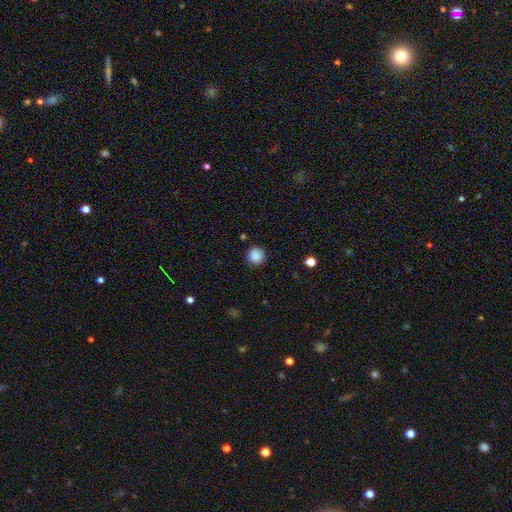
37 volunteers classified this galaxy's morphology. Smooth or featured? 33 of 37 (89%) said smooth. How rounded? 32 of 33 (97%) said round. Merging? 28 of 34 (82%) said none.